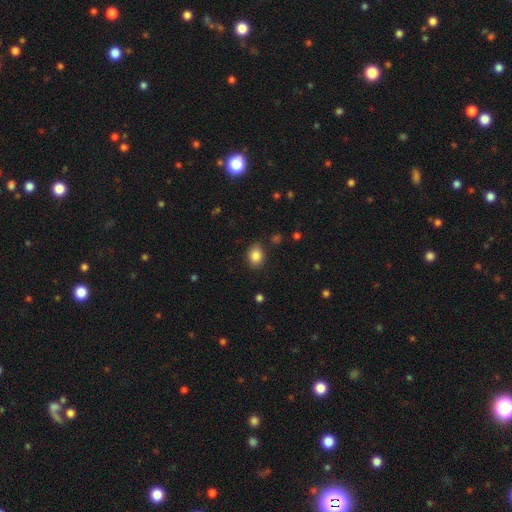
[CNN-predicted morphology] A smooth galaxy with no disk features (85%) that is in between round and cigar-shaped (58%). Merging: none (83%).